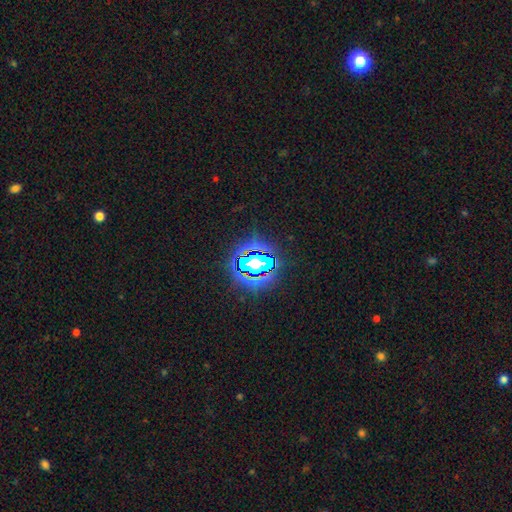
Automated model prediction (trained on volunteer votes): smooth_or_featured: star or artifact (p=0.75) [alt: smooth p=0.15]